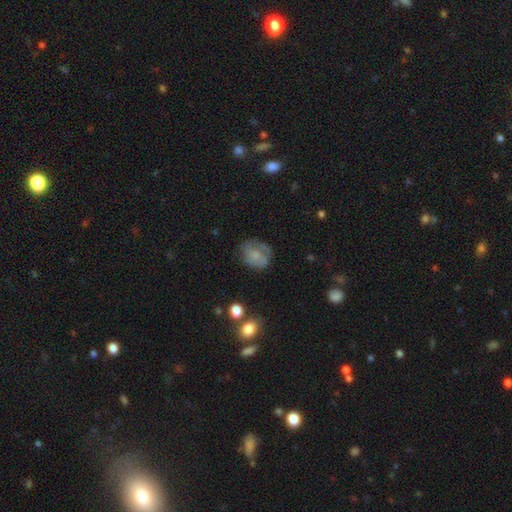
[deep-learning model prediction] Q: Smooth or featured?
A: smooth (59%); runner-up: featured or disk (31%)
Q: How rounded?
A: round (58%); runner-up: in between (41%)
Q: Merging?
A: none (57%); runner-up: minor disturbance (25%)